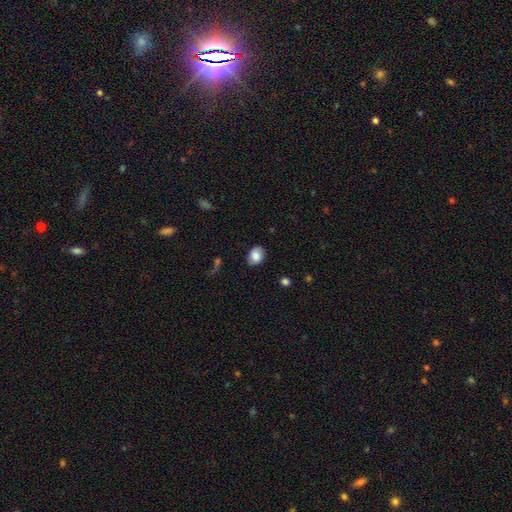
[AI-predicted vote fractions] Morphology: type=smooth (84%); roundness=in between (68%); merging=none (84%).